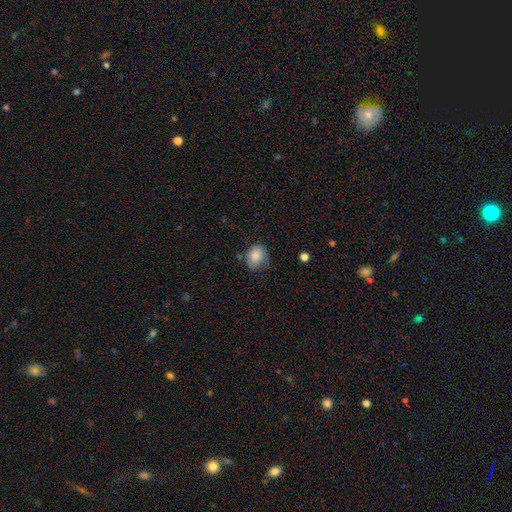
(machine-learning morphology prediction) type=smooth (83%); roundness=round (55%); merging=none (55%).